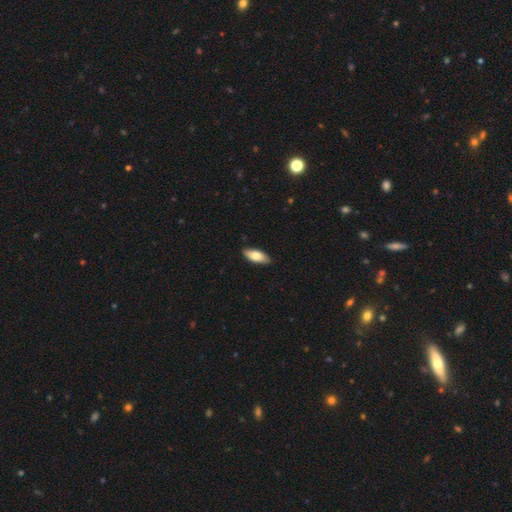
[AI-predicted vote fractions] smooth 76%, featured or disk 19%, star or artifact 6%. Down the decision tree: how rounded — in between (83%); merging — none (89%).